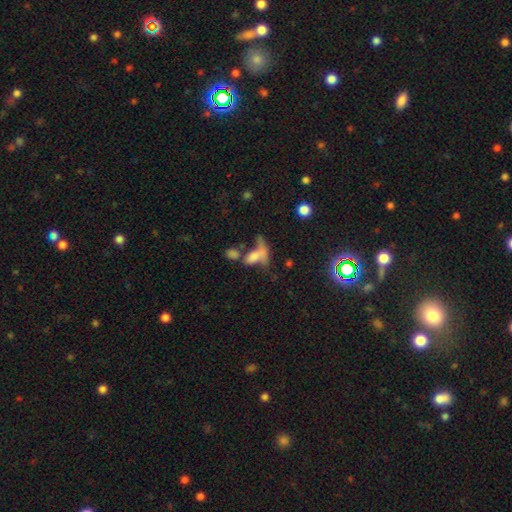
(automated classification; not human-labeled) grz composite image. It shows a smooth galaxy with no disk features (56%) that is in between round and cigar-shaped (74%). Merging: merger (41%).